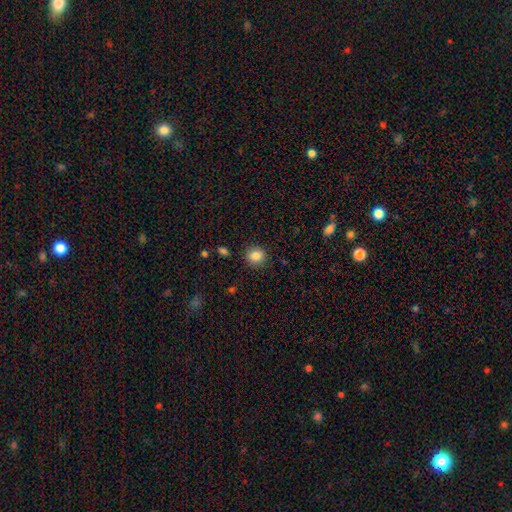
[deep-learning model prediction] Overall: smooth (85%). How rounded: round (87%). Merging: none (90%).